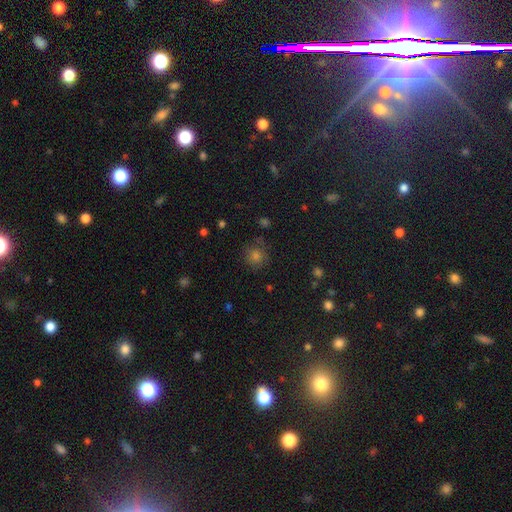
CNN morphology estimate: Q: Smooth or featured?
A: smooth (68%); runner-up: star or artifact (23%)
Q: How rounded?
A: round (92%); runner-up: in between (7%)
Q: Merging?
A: none (82%); runner-up: minor disturbance (12%)